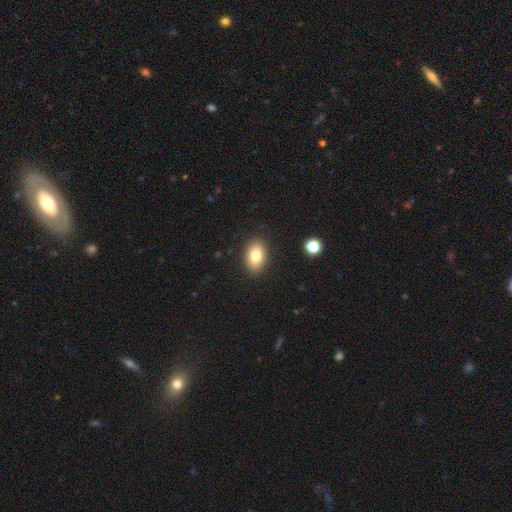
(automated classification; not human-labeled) Smooth or featured? smooth (81%)
How rounded? in between (87%)
Merging? none (88%)